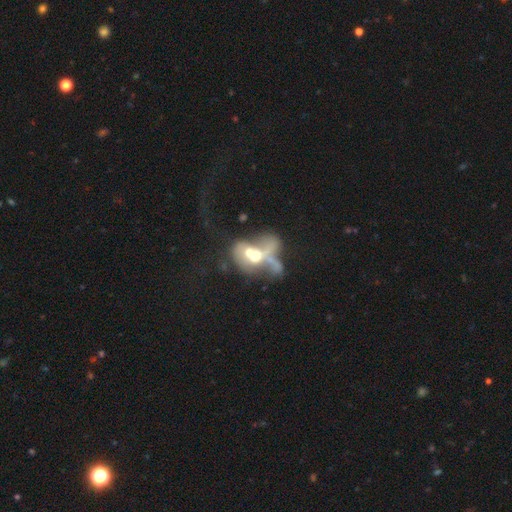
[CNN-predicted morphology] A featured or disk galaxy (48%).

Vote fractions:
- Smooth or featured? featured or disk: 48% / smooth: 40% / star or artifact: 12%
- Merging? merger: 68% / major disturbance: 18% / none: 9% / minor disturbance: 6%